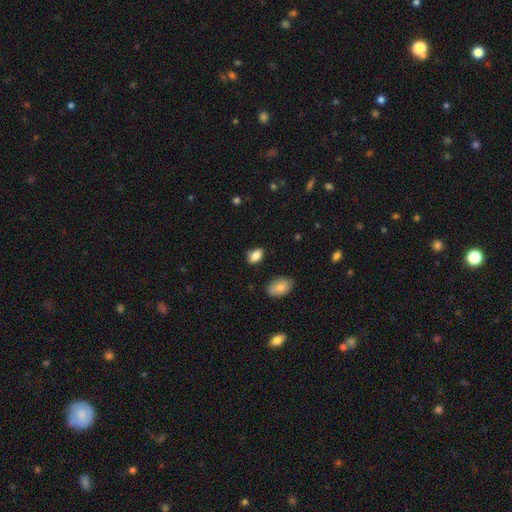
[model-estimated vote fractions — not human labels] A smooth galaxy with no disk features (84%) that is in between round and cigar-shaped (89%). Merging: none (76%).